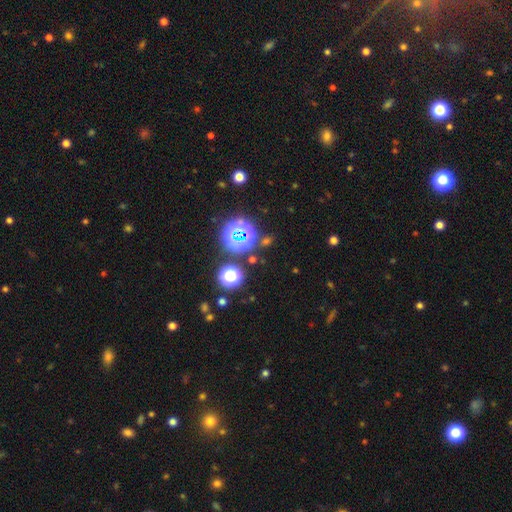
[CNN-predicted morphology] This is clearly a star or artifact rather than a galaxy (81%).